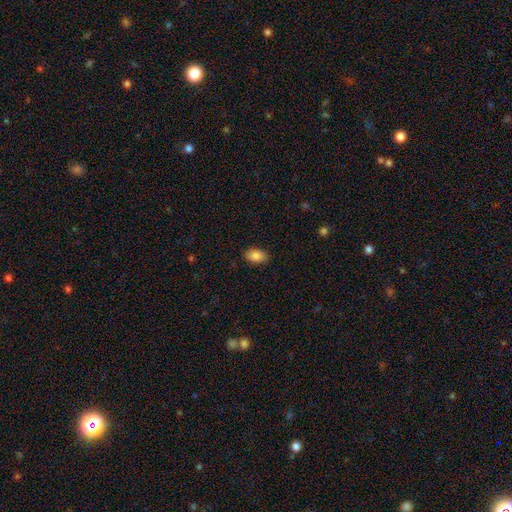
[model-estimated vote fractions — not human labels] The model was most divided on "merging": none: 87%, minor disturbance: 10%, major disturbance: 2%, merger: 1%. More confident: how rounded — in between (91%); smooth or featured — smooth (86%).